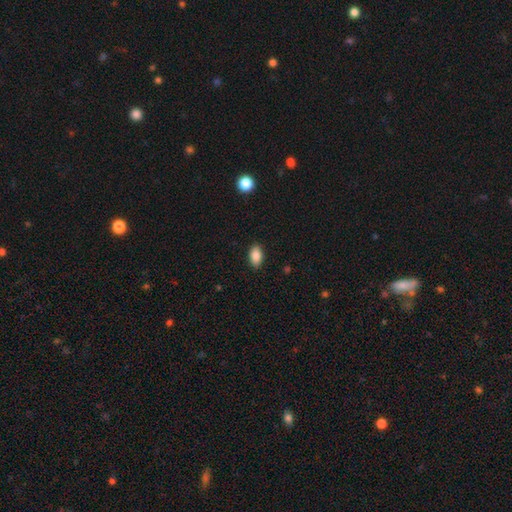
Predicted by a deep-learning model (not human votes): Overall: smooth (87%). How rounded: in between (92%). Merging: none (88%).